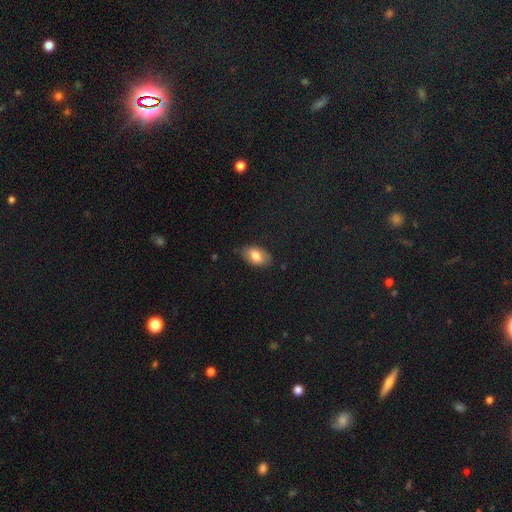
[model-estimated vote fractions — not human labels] smooth 73%, featured or disk 19%, star or artifact 8%. Down the decision tree: how rounded — in between (92%); merging — none (79%).